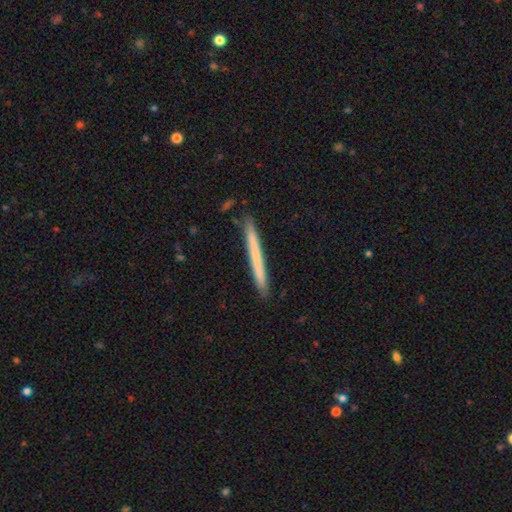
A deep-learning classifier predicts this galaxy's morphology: smooth-or-featured: smooth: 57% | featured or disk: 36% | star or artifact: 7%
  how-rounded: cigar-shaped: 97% | in between: 2% | round: 1%
  merging: none: 91% | minor disturbance: 7% | major disturbance: 1% | merger: 1%